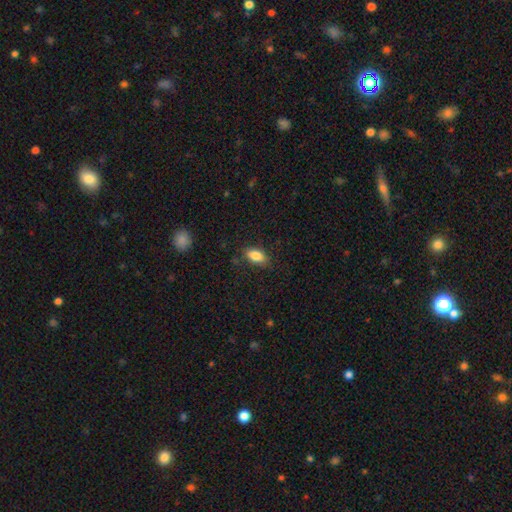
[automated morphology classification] smooth-or-featured: smooth: 84% | star or artifact: 8% | featured or disk: 8%
  how-rounded: in between: 89% | cigar-shaped: 6% | round: 5%
  merging: none: 83% | minor disturbance: 13% | major disturbance: 3% | merger: 1%